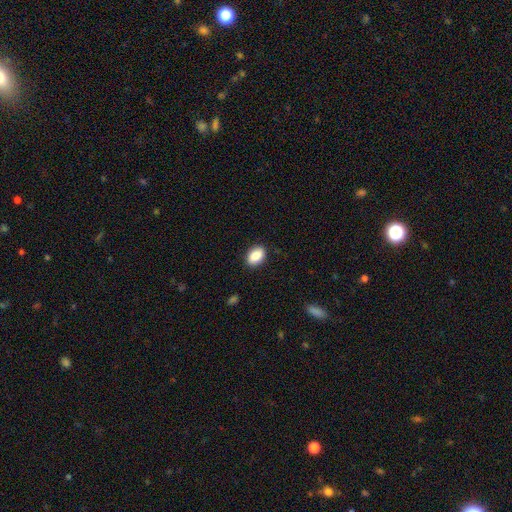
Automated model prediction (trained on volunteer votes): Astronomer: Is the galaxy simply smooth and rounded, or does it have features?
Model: smooth — 87%.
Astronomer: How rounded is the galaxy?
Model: in between — 85%.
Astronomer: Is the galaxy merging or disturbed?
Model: none — 88%.